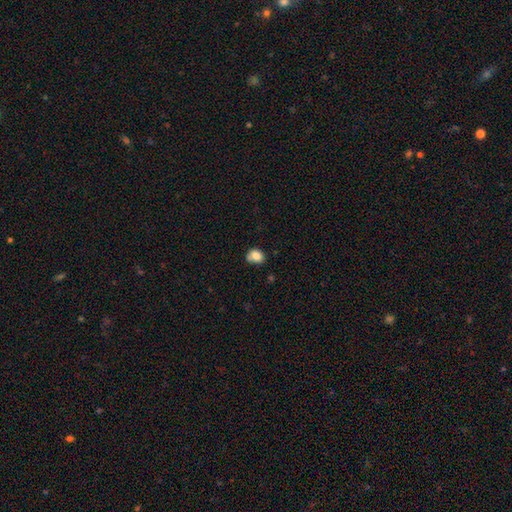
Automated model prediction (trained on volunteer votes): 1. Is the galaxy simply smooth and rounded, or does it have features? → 82% smooth, 10% star or artifact, 8% featured or disk.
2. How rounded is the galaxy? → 52% round, 48% in between, 1% cigar-shaped.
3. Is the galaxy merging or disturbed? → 58% none, 26% minor disturbance, 10% merger, 6% major disturbance.